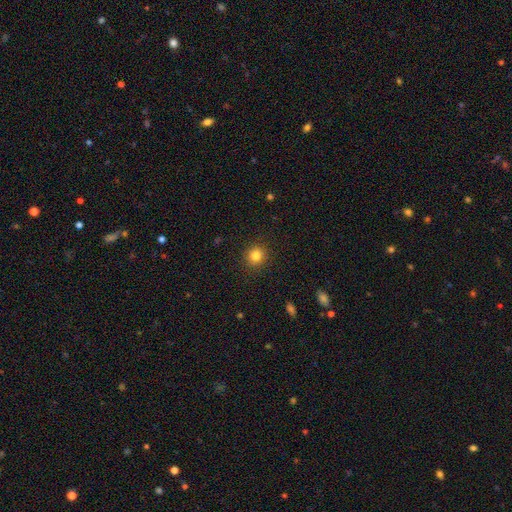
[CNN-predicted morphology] A smooth galaxy with no disk features (82%) that is round (91%). Merging: none (91%).